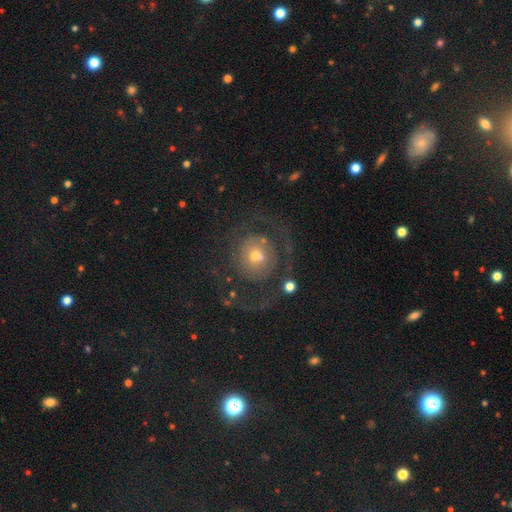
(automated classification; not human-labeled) A featured or disk galaxy (60%) with no bar (80%), spiral arms (58%) and a small central bulge (50%).

Vote fractions:
- Smooth or featured? featured or disk: 60% / smooth: 31% / star or artifact: 9%
- Edge-on disk? no: 97% / yes: 3%
- Bar? no: 80% / weak: 16% / strong: 4%
- Spiral arms? yes: 58% / no: 42%
- Bulge size? small: 50% / moderate: 40% / large: 6% / none: 2% / dominant: 2%
- Merging? none: 57% / major disturbance: 25% / minor disturbance: 14% / merger: 5%